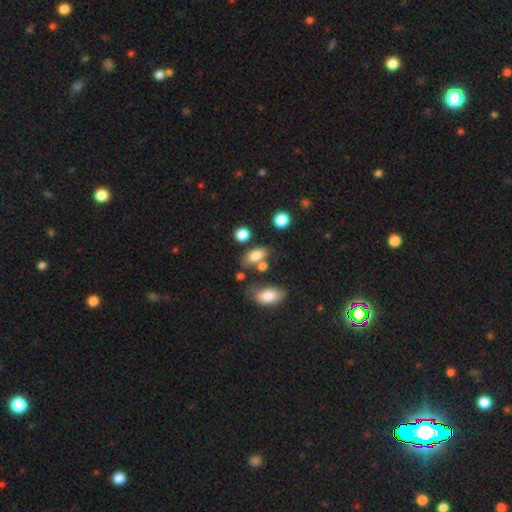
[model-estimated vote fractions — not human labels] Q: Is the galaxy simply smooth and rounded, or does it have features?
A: smooth — 79%.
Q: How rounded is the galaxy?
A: in between — 86%.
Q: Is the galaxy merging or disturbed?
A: none — 58%.